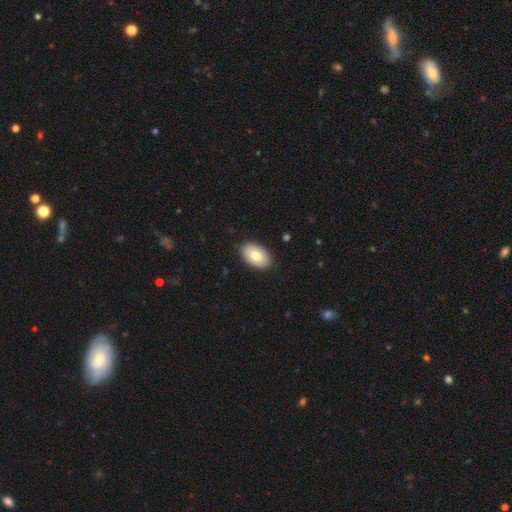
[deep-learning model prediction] A smooth galaxy with no disk features (75%) that is in between round and cigar-shaped (92%). Merging: none (88%).